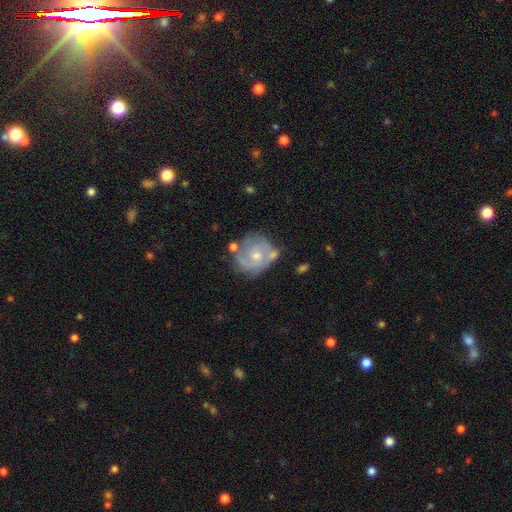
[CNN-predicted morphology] A featured or disk galaxy (68%) with no bar (74%), 2 (42%) tight (47%) spiral arms (76%) and a moderate central bulge (49%).

Vote fractions:
- Smooth or featured? featured or disk: 68% / smooth: 26% / star or artifact: 7%
- Edge-on disk? no: 98% / yes: 2%
- Bar? no: 74% / weak: 22% / strong: 3%
- Spiral arms? yes: 76% / no: 24%
- Spiral winding? tight: 47% / medium: 38% / loose: 15%
- Spiral arm count? 2: 42% / can't tell: 31% / 3: 13% / 1: 9% / 4: 3% / more than 4: 3%
- Bulge size? moderate: 49% / small: 46% / none: 2% / large: 2% / dominant: 1%
- Merging? none: 53% / minor disturbance: 23% / merger: 14% / major disturbance: 10%